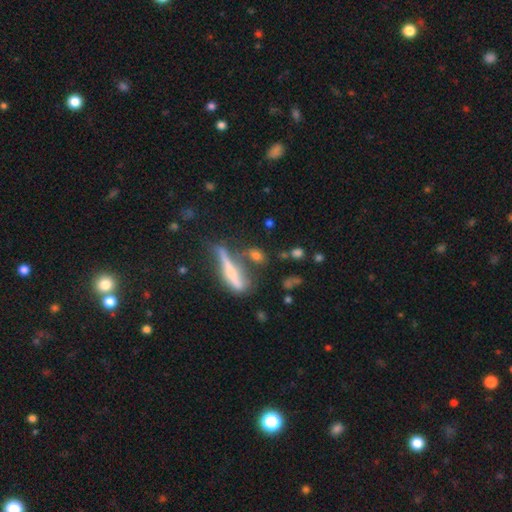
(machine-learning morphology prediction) The model was most divided on "smooth or featured": smooth: 57%, featured or disk: 31%, star or artifact: 13%. Remaining: how rounded — cigar-shaped (60%); merging — none (50%).